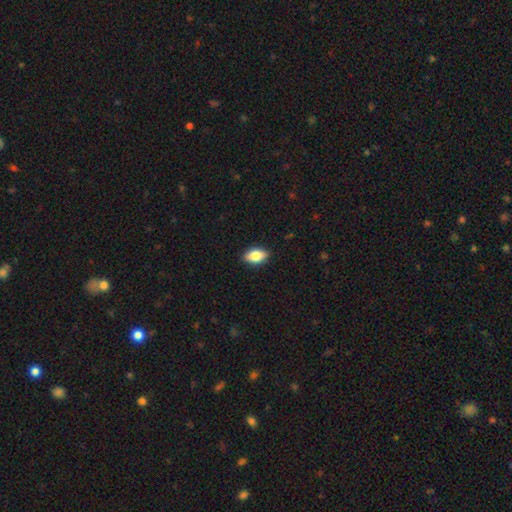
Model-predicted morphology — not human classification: Smooth or featured? Predicted: smooth (p=0.77). How rounded? Predicted: in between (p=0.86). Merging? Predicted: none (p=0.88).